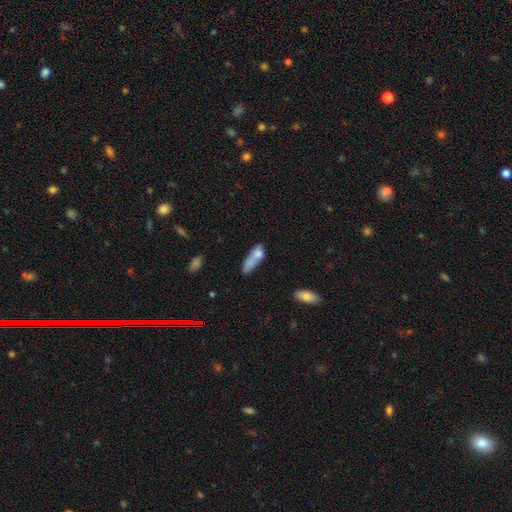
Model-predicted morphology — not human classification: smooth_or_featured: smooth (p=0.68) [alt: featured or disk p=0.23]
how_rounded: in between (p=0.56) [alt: cigar-shaped p=0.38]
merging: merger (p=0.32) [alt: none p=0.26]